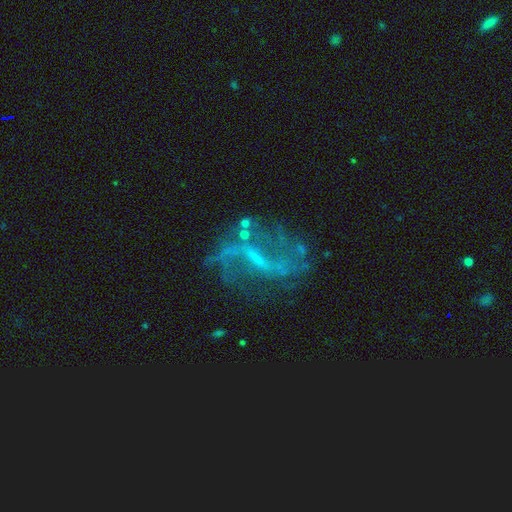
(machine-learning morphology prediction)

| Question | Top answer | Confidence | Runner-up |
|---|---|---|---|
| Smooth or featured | featured or disk | 78% | star or artifact (14%) |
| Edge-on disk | no | 95% | yes (5%) |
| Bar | weak | 46% | strong (34%) |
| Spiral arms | yes | 83% | no (17%) |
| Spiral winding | loose | 78% | medium (16%) |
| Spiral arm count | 2 | 79% | can't tell (9%) |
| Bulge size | small | 55% | none (32%) |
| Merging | none | 62% | major disturbance (17%) |